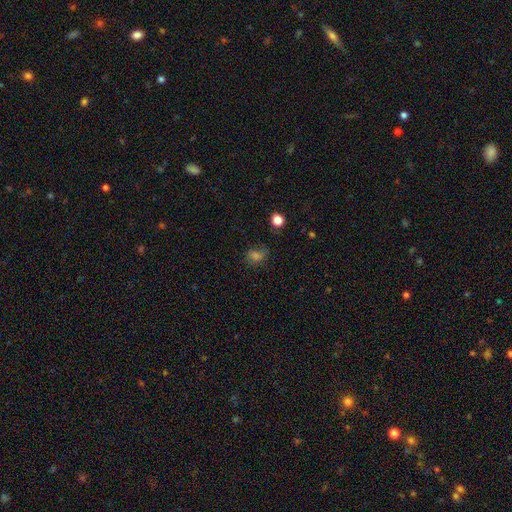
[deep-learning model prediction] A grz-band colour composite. It shows a smooth galaxy with no disk features (61%) that is in between round and cigar-shaped (55%). Merging: none (59%).